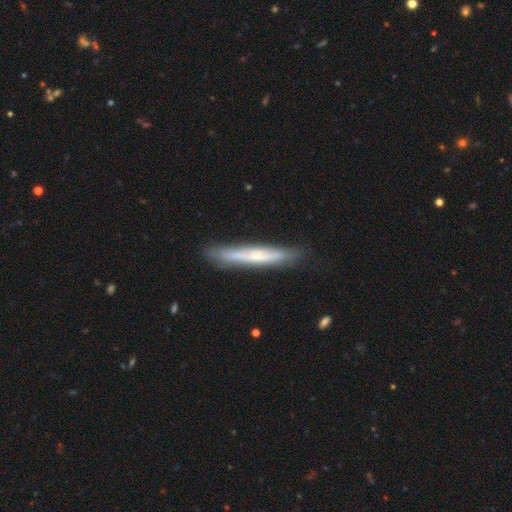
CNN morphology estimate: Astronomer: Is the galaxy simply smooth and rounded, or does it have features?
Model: featured or disk — 54% (runner-up: smooth, 40%).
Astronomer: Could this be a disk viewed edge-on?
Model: yes — 89%.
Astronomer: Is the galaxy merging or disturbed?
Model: none — 82%.